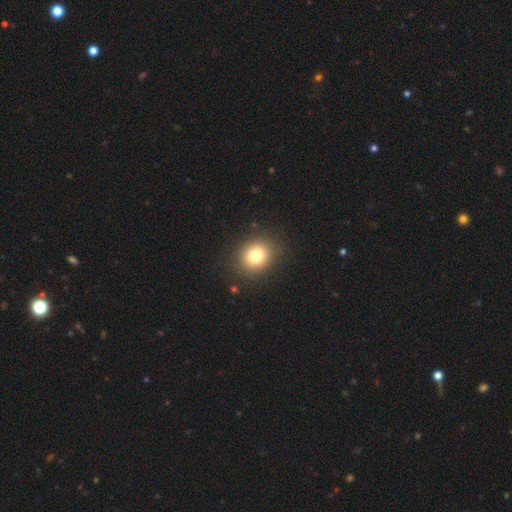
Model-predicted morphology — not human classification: A smooth galaxy with no disk features (79%) that is round (64%). Merging: none (87%).